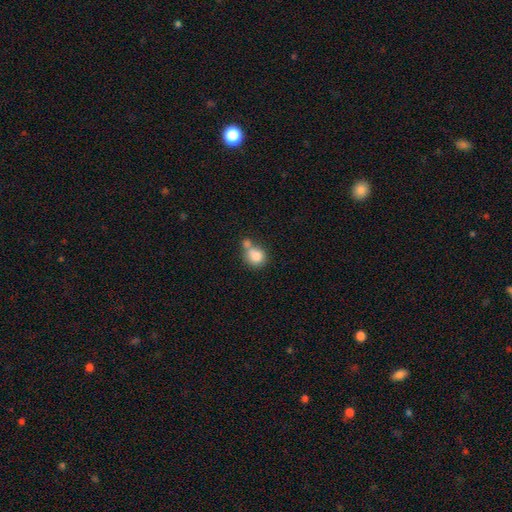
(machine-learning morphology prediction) A smooth galaxy with no disk features (79%) that is round (80%). Merging: merger (45%).